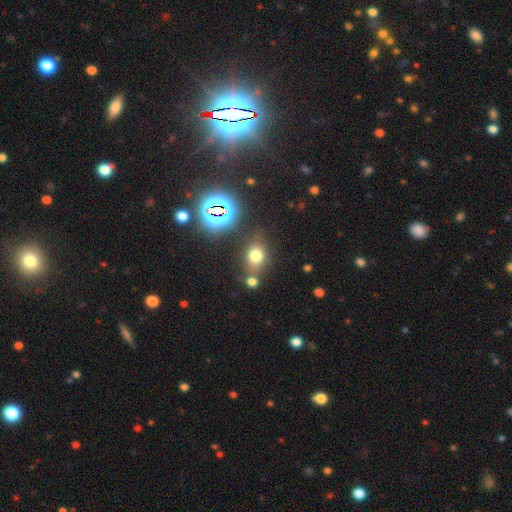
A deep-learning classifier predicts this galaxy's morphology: Q: Smooth or featured?
A: smooth (68%); runner-up: star or artifact (22%)
Q: How rounded?
A: in between (53%); runner-up: round (45%)
Q: Merging?
A: none (67%); runner-up: merger (14%)